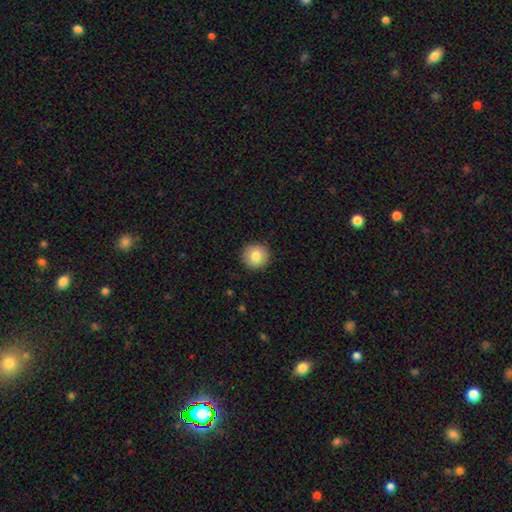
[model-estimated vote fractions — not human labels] Smooth or featured: smooth — 81% (featured or disk — 10%)
How rounded: round — 93% (in between — 6%)
Merging: none — 91% (minor disturbance — 6%)